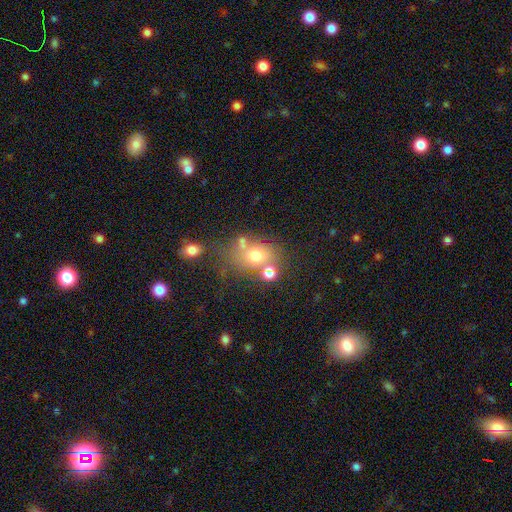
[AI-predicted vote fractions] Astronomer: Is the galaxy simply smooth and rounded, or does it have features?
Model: smooth — 65%.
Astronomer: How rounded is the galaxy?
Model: round — 54% (runner-up: in between, 44%).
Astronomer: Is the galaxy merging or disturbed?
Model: none — 49% (runner-up: merger, 26%).